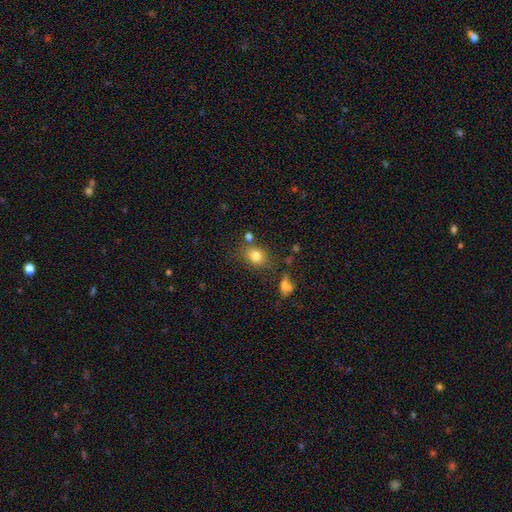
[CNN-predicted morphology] Smooth or featured? Predicted: smooth (p=0.79). How rounded? Predicted: in between (p=0.56). Merging? Predicted: none (p=0.70).